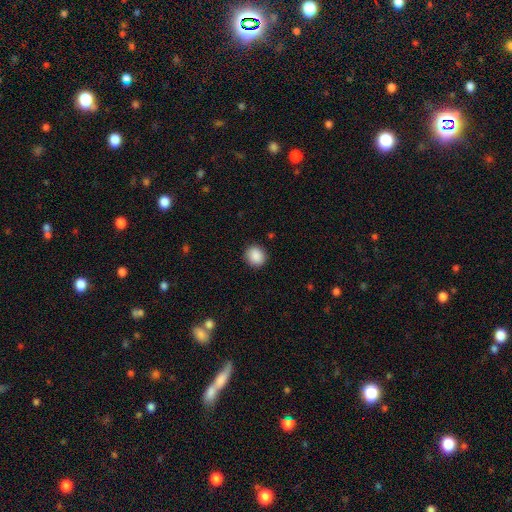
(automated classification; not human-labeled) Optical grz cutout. It shows a smooth galaxy with no disk features (89%) that is round (78%). Merging: none (89%).